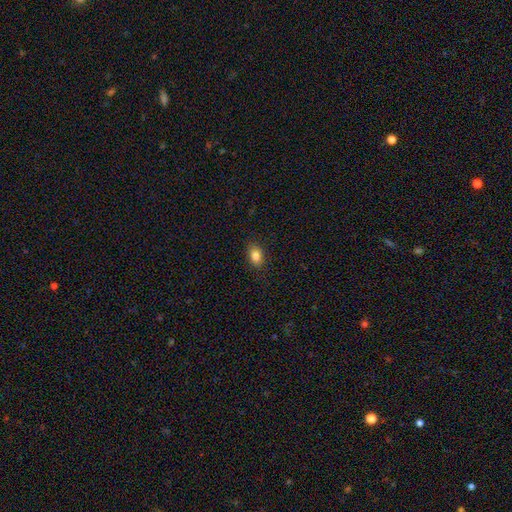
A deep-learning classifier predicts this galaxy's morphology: smooth_or_featured: smooth (p=0.84) [alt: star or artifact p=0.09]
how_rounded: in between (p=0.80) [alt: round p=0.18]
merging: none (p=0.87) [alt: minor disturbance p=0.09]